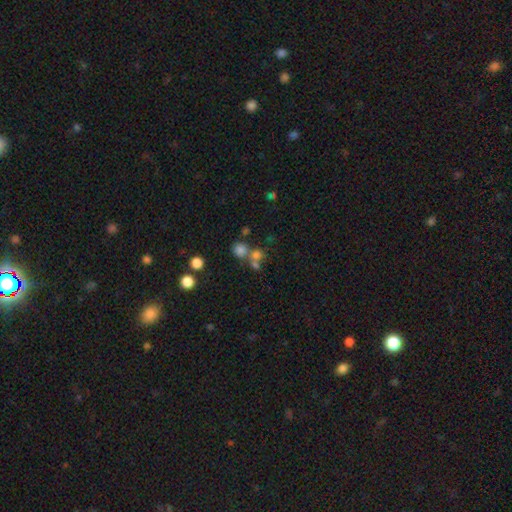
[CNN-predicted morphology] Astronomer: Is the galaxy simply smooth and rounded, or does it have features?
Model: smooth — 67%.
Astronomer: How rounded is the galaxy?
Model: round — 87%.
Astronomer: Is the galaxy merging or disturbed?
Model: none — 50% (runner-up: merger, 40%).